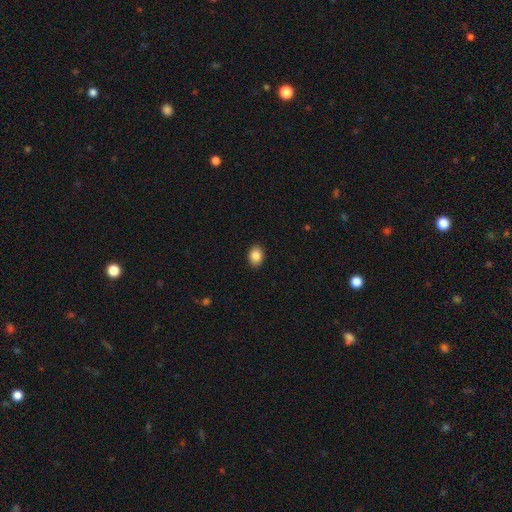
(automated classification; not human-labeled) A smooth galaxy with no disk features (87%) that is in between round and cigar-shaped (68%). Merging: none (90%).